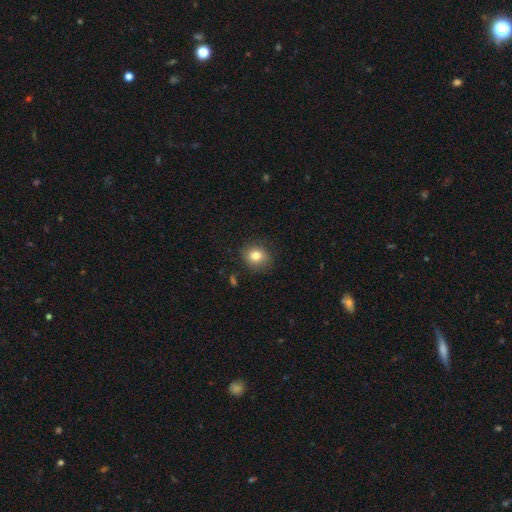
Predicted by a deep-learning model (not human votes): Q: Smooth or featured?
A: smooth (82%); runner-up: star or artifact (11%)
Q: How rounded?
A: round (76%); runner-up: in between (23%)
Q: Merging?
A: none (85%); runner-up: minor disturbance (10%)